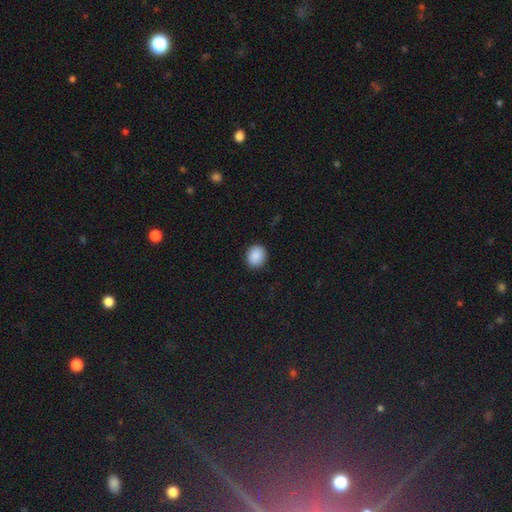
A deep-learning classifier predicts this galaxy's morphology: This is clearly a smooth galaxy (90%). How rounded: likely round (73%). Merging: clearly none (91%).